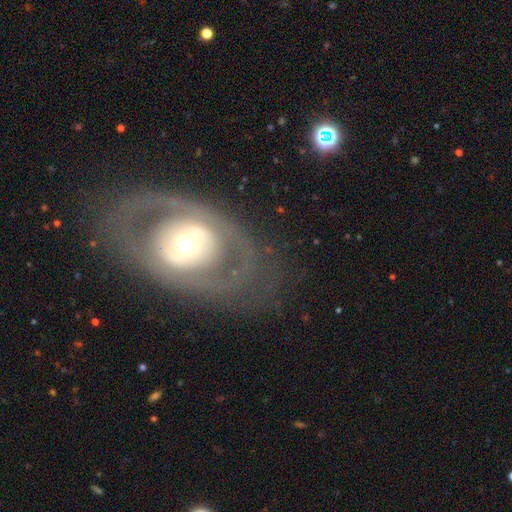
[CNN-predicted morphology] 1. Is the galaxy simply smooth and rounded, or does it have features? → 76% featured or disk, 18% smooth, 6% star or artifact.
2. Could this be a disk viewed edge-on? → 93% no, 7% yes.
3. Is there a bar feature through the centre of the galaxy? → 71% no, 18% weak, 11% strong.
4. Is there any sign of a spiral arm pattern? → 53% no, 47% yes.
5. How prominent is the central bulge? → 53% moderate, 24% small, 18% large, 3% dominant, 1% none.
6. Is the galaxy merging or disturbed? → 78% none, 11% minor disturbance, 10% major disturbance, 1% merger.